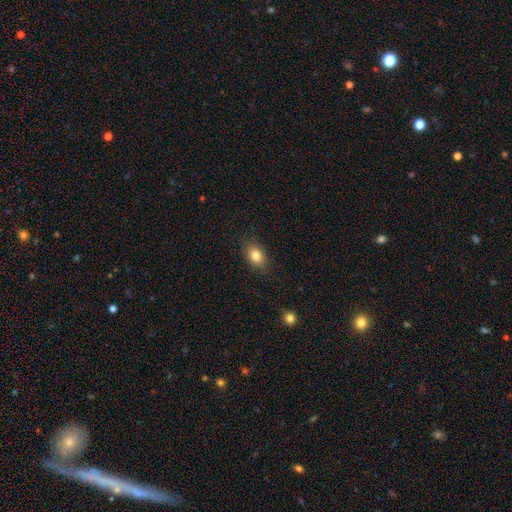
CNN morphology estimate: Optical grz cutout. It shows a smooth galaxy with no disk features (82%) that is in between round and cigar-shaped (81%). Merging: none (85%).